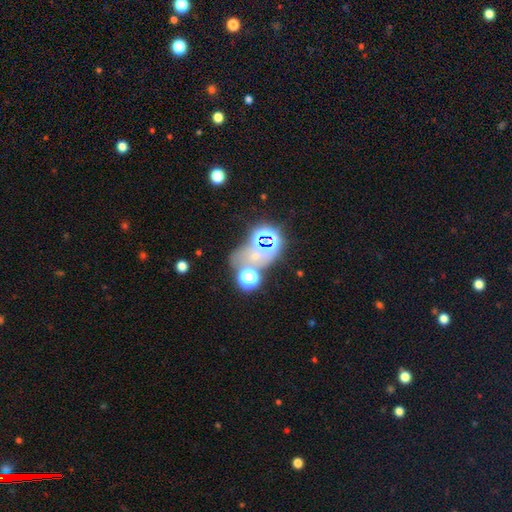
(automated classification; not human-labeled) This appears to be a star or artifact, not a galaxy (58%).